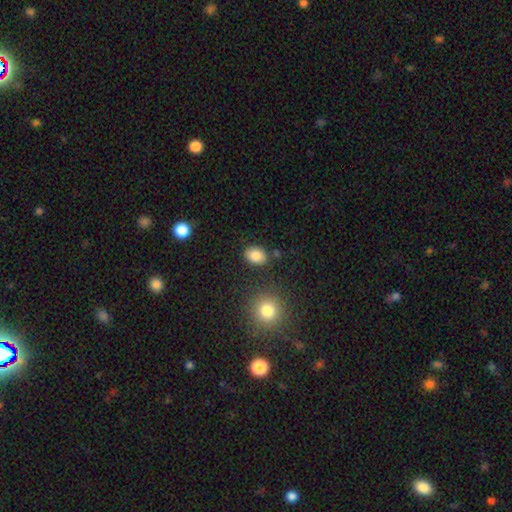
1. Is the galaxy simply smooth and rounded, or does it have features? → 82% smooth, 15% featured or disk, 2% star or artifact.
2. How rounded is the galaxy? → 55% in between, 45% round, 0% cigar-shaped.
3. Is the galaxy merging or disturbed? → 77% none, 13% minor disturbance, 8% merger, 3% major disturbance.